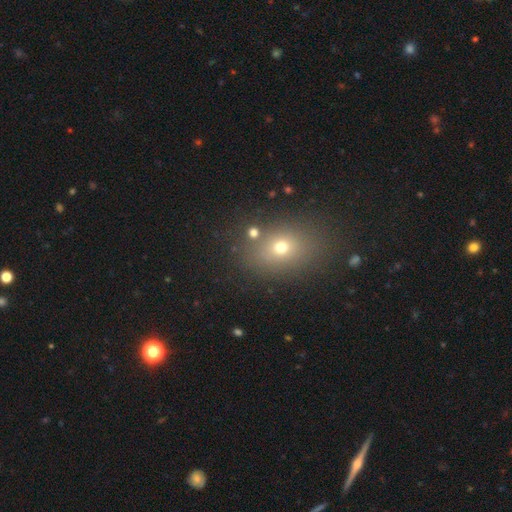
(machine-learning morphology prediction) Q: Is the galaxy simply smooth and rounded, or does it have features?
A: smooth — 60%.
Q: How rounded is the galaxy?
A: in between — 59%.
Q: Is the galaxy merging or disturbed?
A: none — 80%.